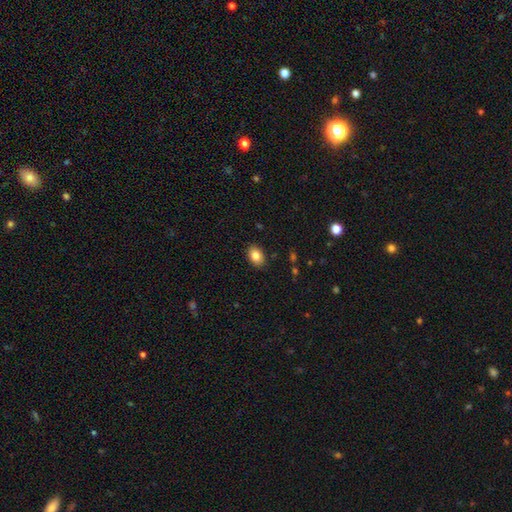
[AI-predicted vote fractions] This is clearly a smooth galaxy (83%). How rounded: likely in between (77%). Merging: clearly none (88%).